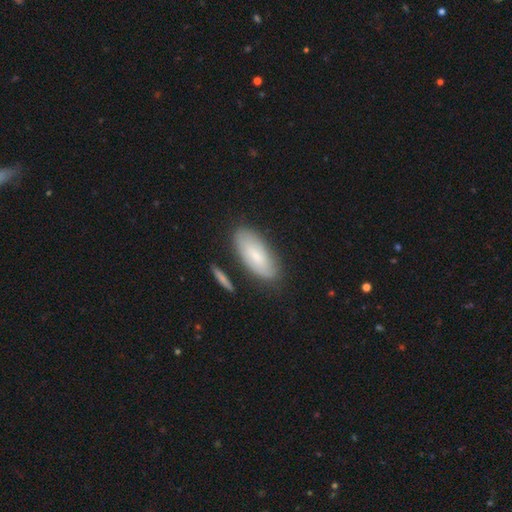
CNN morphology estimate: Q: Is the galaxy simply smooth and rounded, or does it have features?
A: smooth — 70%.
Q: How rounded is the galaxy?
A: in between — 83%.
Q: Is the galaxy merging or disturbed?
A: none — 78%.